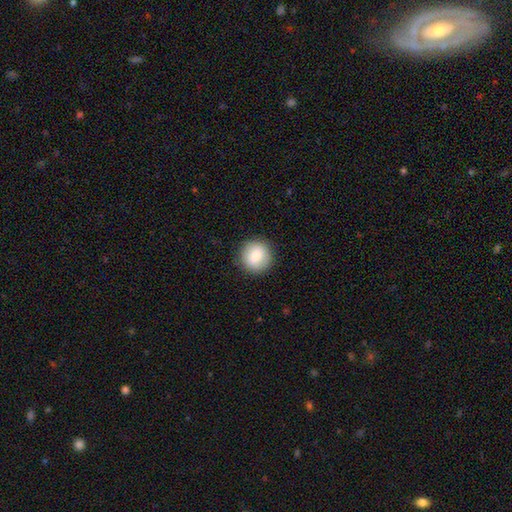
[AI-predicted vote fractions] Overall: smooth (83%). How rounded: round (94%). Merging: none (90%).